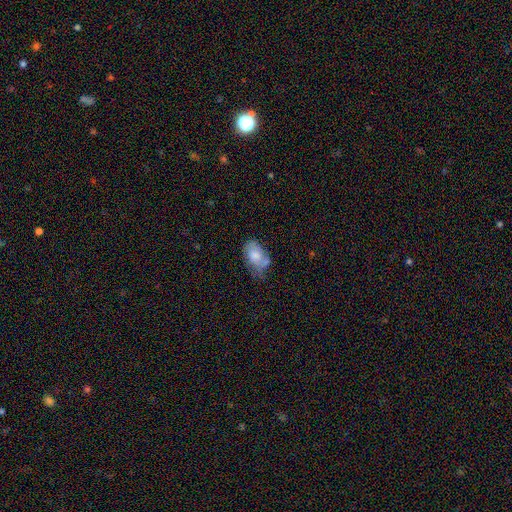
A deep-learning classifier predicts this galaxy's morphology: smooth-or-featured: smooth: 60% | featured or disk: 32% | star or artifact: 8%
  how-rounded: in between: 91% | round: 7% | cigar-shaped: 2%
  merging: none: 38% (tied) | minor disturbance: 38% (tied) | major disturbance: 15% | merger: 9%